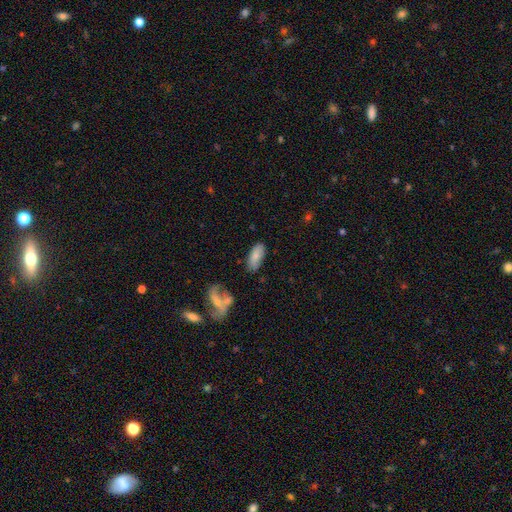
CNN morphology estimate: Smooth or featured? Predicted: smooth (p=0.78). How rounded? Predicted: in between (p=0.86). Merging? Predicted: none (p=0.72).